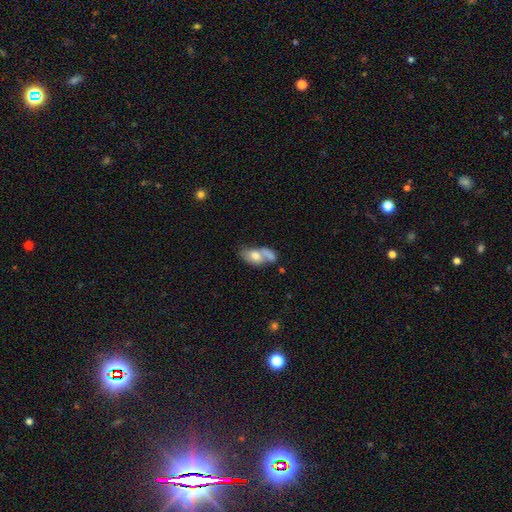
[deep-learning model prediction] smooth_or_featured: smooth (p=0.64) [alt: featured or disk p=0.28]
how_rounded: in between (p=0.86) [alt: round p=0.10]
merging: merger (p=0.56) [alt: none p=0.21]